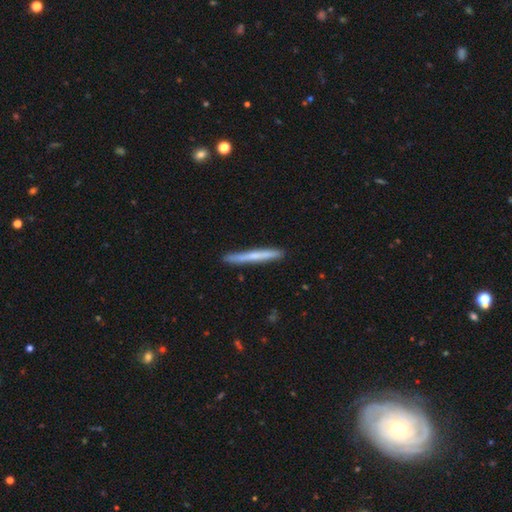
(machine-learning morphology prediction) The model was most divided on "smooth or featured": smooth: 56%, featured or disk: 38%, star or artifact: 6%. More confident: how rounded — cigar-shaped (97%); merging — none (89%).